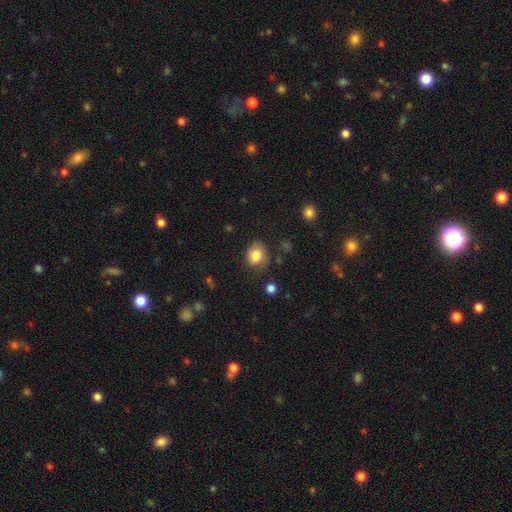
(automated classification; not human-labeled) Q: Smooth or featured?
A: smooth (83%); runner-up: star or artifact (9%)
Q: How rounded?
A: in between (53%); runner-up: round (46%)
Q: Merging?
A: none (70%); runner-up: minor disturbance (22%)